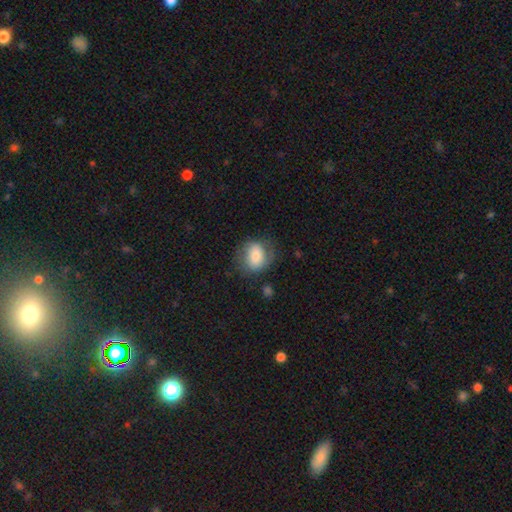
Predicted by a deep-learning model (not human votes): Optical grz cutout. It shows a smooth galaxy with no disk features (71%) that is round (51%). Merging: none (64%).